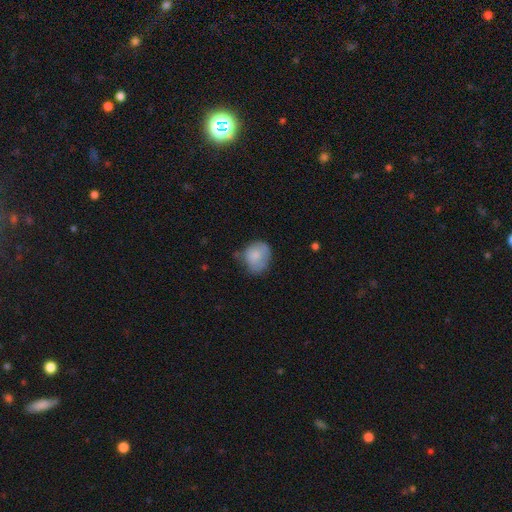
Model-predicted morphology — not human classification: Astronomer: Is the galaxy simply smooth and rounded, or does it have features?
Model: smooth — 79%.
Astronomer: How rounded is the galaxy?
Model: round — 57% (runner-up: in between, 42%).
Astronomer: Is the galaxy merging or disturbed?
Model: none — 44% (runner-up: minor disturbance, 38%).